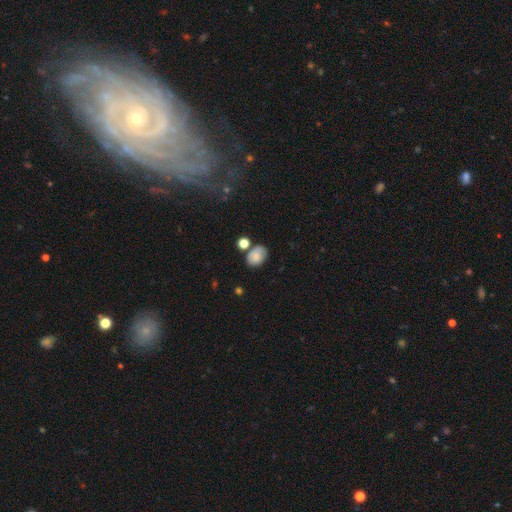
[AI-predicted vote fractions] smooth_or_featured: smooth (p=0.80) [alt: featured or disk p=0.10]
how_rounded: in between (p=0.78) [alt: round p=0.21]
merging: none (p=0.62) [alt: minor disturbance p=0.20]